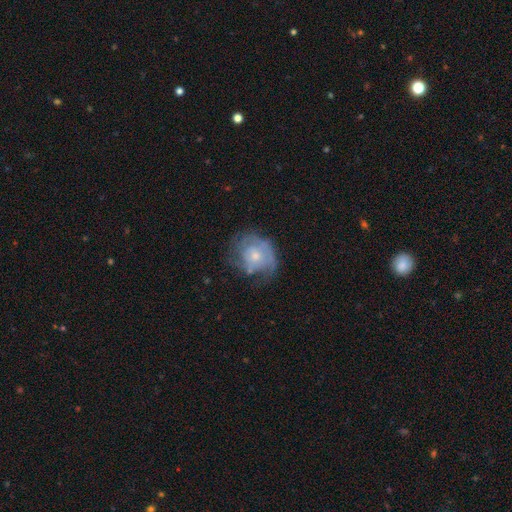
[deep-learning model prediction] featured or disk 58%, smooth 35%, star or artifact 8%. Down the decision tree: edge-on disk — no (97%); bar — no (84%); spiral arms — yes (55%); bulge size — small (57%); merging — none (46%).